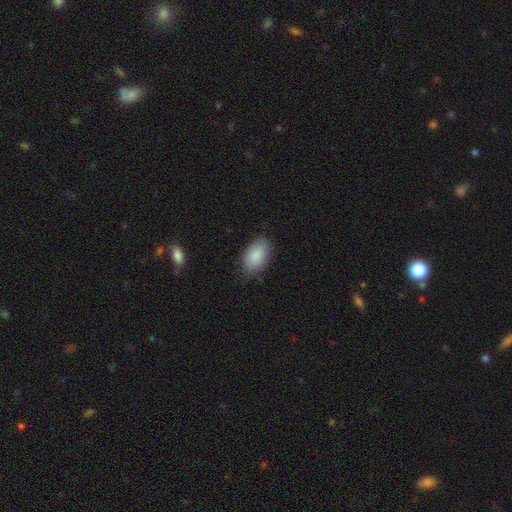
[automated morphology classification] smooth 88%, star or artifact 6%, featured or disk 5%. Down the decision tree: how rounded — in between (93%); merging — none (82%).